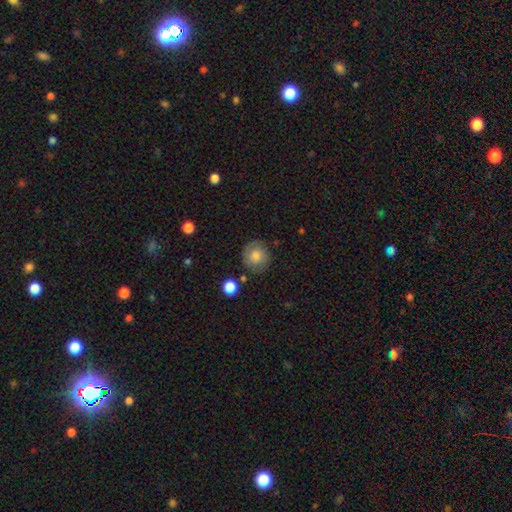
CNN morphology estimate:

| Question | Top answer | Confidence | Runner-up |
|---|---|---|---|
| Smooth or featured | smooth | 65% | featured or disk (25%) |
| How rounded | round | 87% | in between (13%) |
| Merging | none | 80% | minor disturbance (14%) |